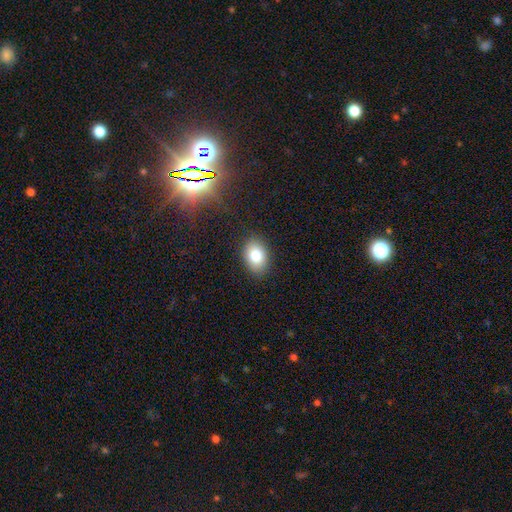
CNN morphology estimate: Smooth or featured? Predicted: smooth (p=0.80). How rounded? Predicted: in between (p=0.79). Merging? Predicted: none (p=0.87).